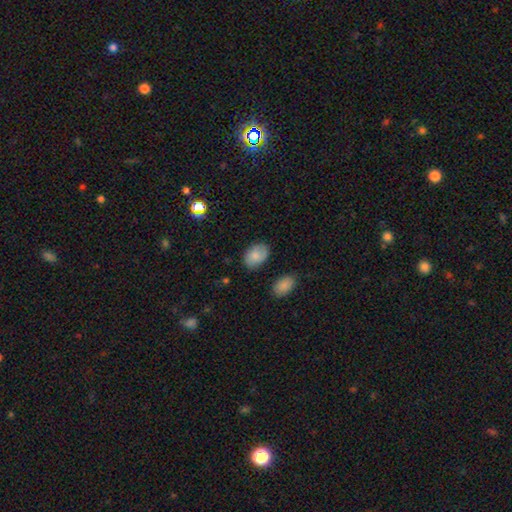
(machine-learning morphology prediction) Smooth or featured? Predicted: smooth (p=0.80). How rounded? Predicted: in between (p=0.85). Merging? Predicted: none (p=0.76).